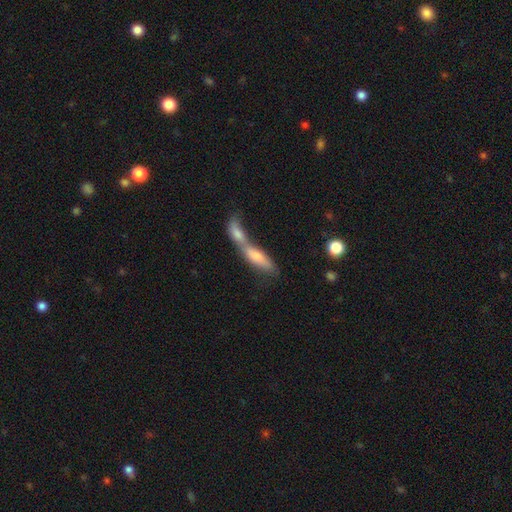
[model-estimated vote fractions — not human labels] A smooth galaxy with no disk features (66%) that is cigar-shaped (51%). Merging: merger (76%).